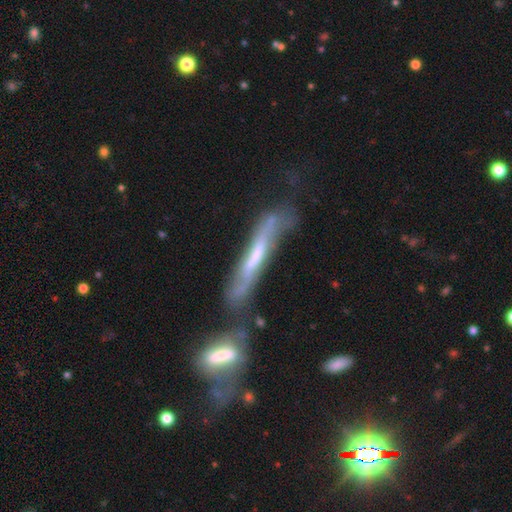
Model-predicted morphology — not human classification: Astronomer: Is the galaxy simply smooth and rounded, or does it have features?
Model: featured or disk — 61%.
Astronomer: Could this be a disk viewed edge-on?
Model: yes — 62% (runner-up: no, 38%).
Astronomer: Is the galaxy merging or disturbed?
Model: none — 34% (runner-up: merger, 29%).